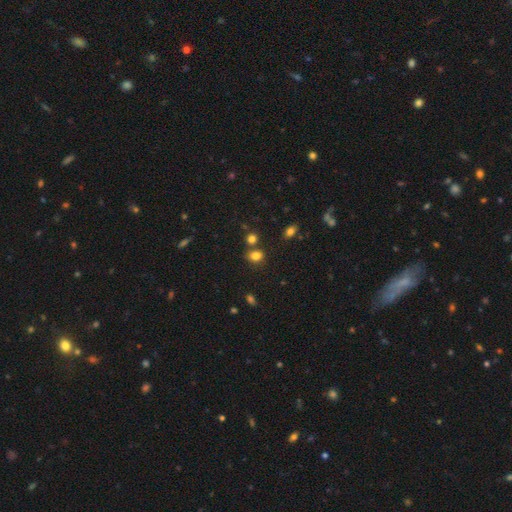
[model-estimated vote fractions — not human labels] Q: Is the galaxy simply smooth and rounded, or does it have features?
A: smooth — 80%.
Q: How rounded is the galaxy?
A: in between — 54%.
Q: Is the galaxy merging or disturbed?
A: none — 68%.